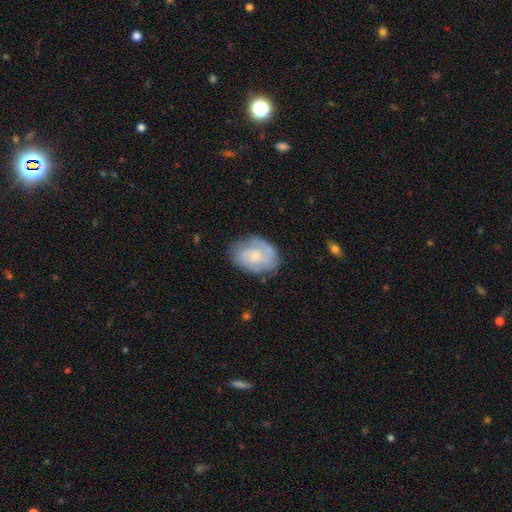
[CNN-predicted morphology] This appears to be a featured or disk galaxy (65%) with no bar (69%), 2 (46%) tight (49%) spiral arms (86%) and a small central bulge (55%). Merging: none (70%).